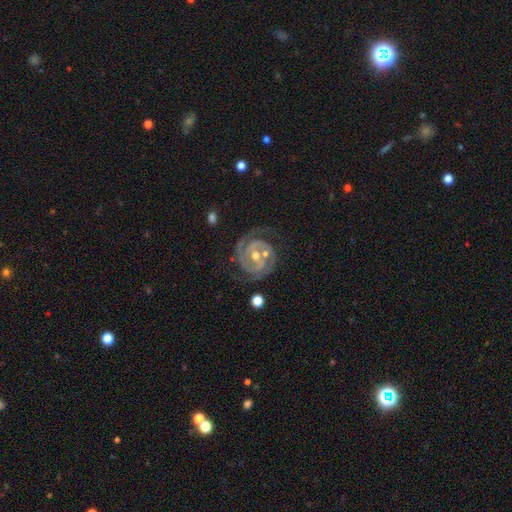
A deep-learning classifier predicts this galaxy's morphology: smooth-or-featured: featured or disk: 92% | star or artifact: 5% | smooth: 3%
  disk-edge-on: no: 98% | yes: 2%
    bar: no: 43% | weak: 37% | strong: 21%
    has-spiral-arms: yes: 98% | no: 2%
      spiral-winding: tight: 73% | medium: 24% | loose: 3%
      spiral-arm-count: 2: 74% | 3: 13% | can't tell: 5% | 4: 3% | 1: 3% | more than 4: 2%
    bulge-size: moderate: 58% | small: 39% | large: 2% | none: 1% | dominant: 1%
  merging: none: 76% | minor disturbance: 15% | major disturbance: 6% | merger: 3%